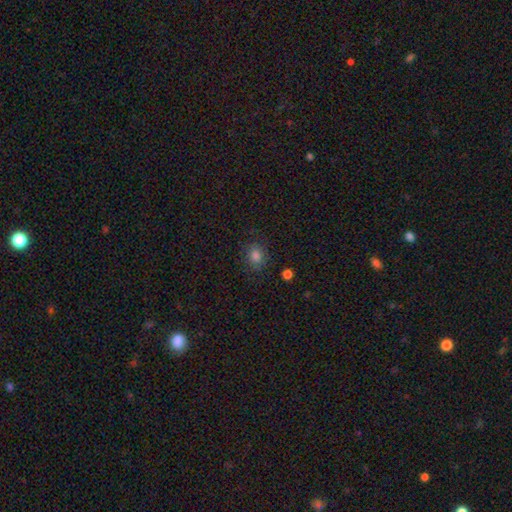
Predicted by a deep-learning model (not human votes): smooth_or_featured: smooth (p=0.79) [alt: star or artifact p=0.15]
how_rounded: round (p=0.58) [alt: in between p=0.41]
merging: none (p=0.83) [alt: minor disturbance p=0.12]